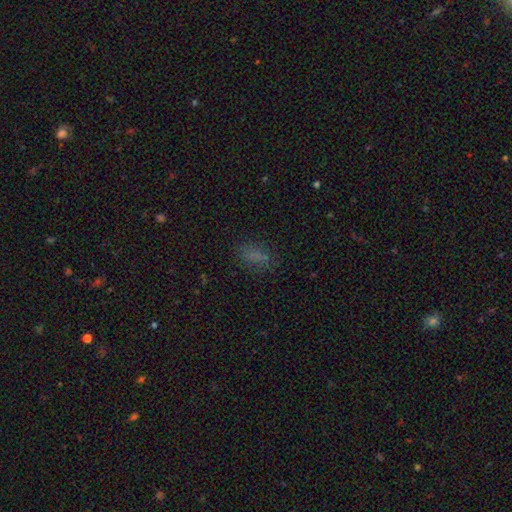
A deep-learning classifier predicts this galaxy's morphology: smooth_or_featured: smooth (p=0.72) [alt: star or artifact p=0.18]
how_rounded: in between (p=0.73) [alt: cigar-shaped p=0.21]
merging: none (p=0.77) [alt: minor disturbance p=0.15]